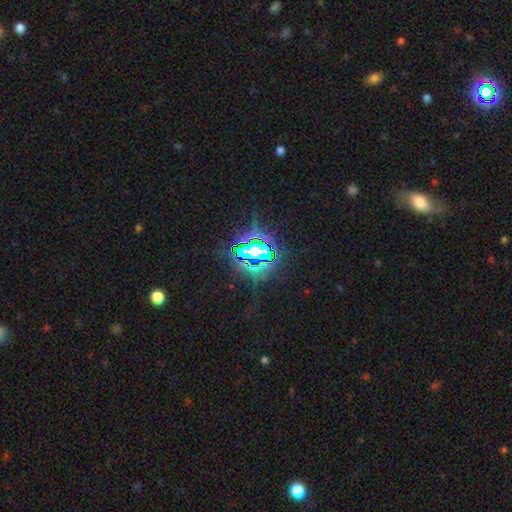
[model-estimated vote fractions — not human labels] Smooth or featured?
  - star or artifact: 79% *
  - smooth: 12%
  - featured or disk: 9%